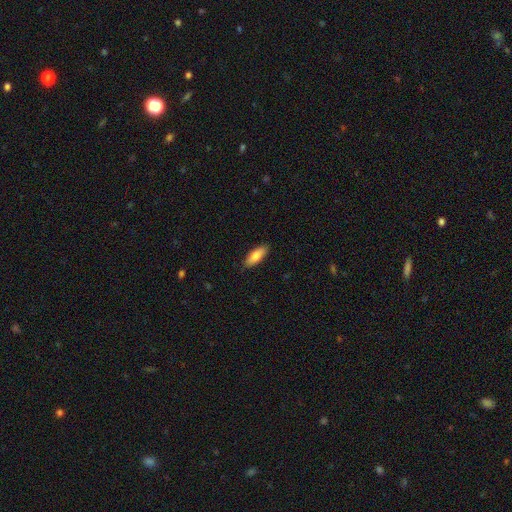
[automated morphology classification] Smooth or featured?
  - smooth: 81% *
  - featured or disk: 13%
  - star or artifact: 6%
How rounded?
  - in between: 68% *
  - cigar-shaped: 30%
  - round: 2%
Merging?
  - none: 87% *
  - minor disturbance: 10%
  - major disturbance: 2%
  - merger: 1%